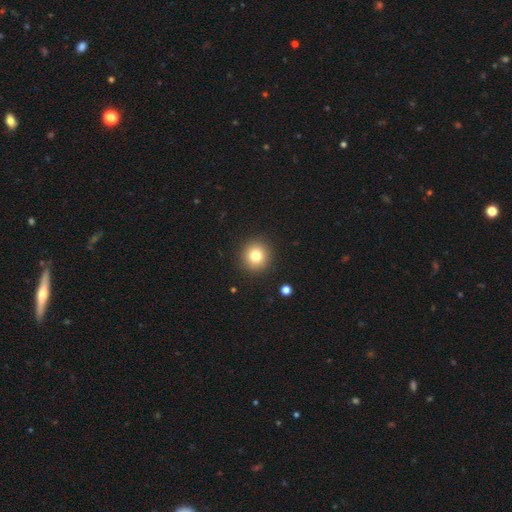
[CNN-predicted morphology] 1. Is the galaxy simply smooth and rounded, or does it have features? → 79% smooth, 12% star or artifact, 9% featured or disk.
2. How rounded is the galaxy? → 93% round, 6% in between, 1% cigar-shaped.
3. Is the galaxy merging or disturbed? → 92% none, 5% minor disturbance, 2% major disturbance, 1% merger.